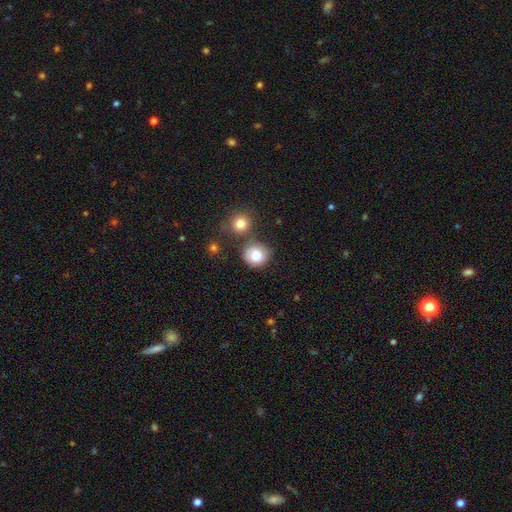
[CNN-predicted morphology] smooth_or_featured: smooth (p=0.80) [alt: star or artifact p=0.10]
how_rounded: round (p=0.90) [alt: in between p=0.09]
merging: none (p=0.74) [alt: merger p=0.12]